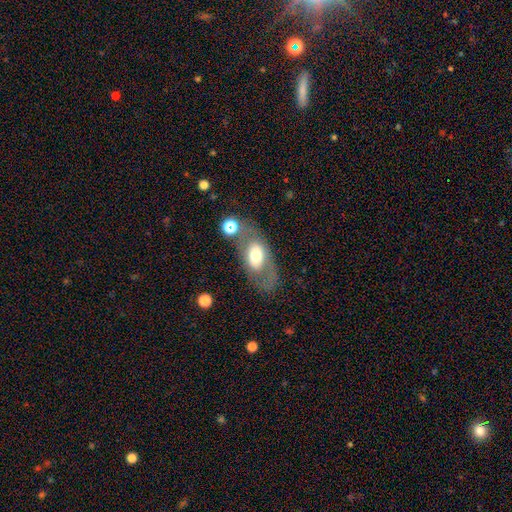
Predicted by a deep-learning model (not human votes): Q: Smooth or featured?
A: smooth (50%); runner-up: featured or disk (42%)
Q: Merging?
A: none (65%); runner-up: minor disturbance (17%)